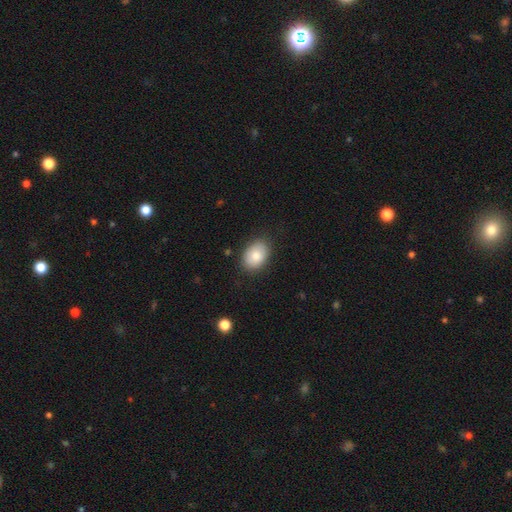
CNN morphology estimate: type=smooth (83%); roundness=in between (80%); merging=none (84%).